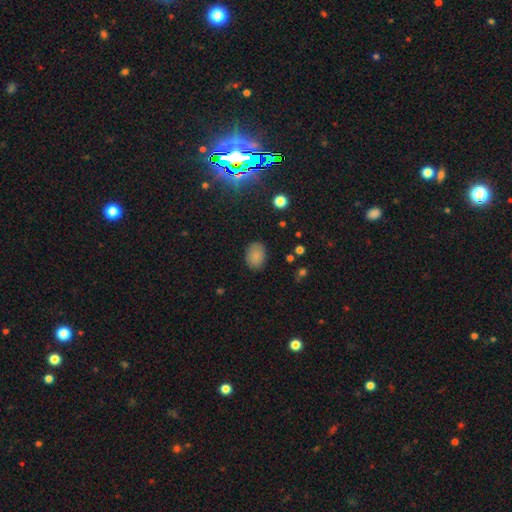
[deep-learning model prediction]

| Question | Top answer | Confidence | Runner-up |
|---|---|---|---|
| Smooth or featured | smooth | 83% | star or artifact (10%) |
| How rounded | in between | 68% | round (31%) |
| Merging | none | 83% | minor disturbance (12%) |